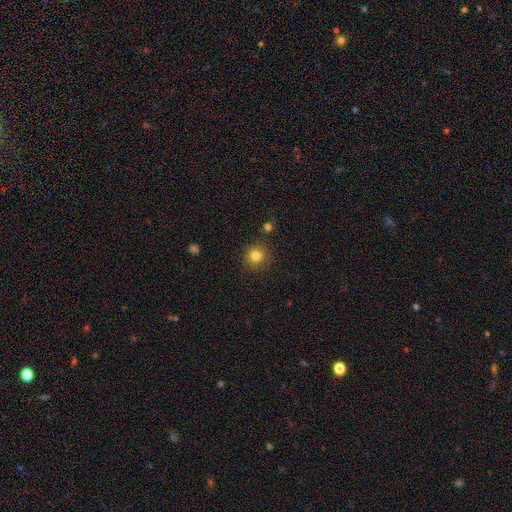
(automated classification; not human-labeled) A smooth galaxy with no disk features (81%) that is round (92%).

Vote fractions:
- Smooth or featured? smooth: 81% / star or artifact: 13% / featured or disk: 6%
- How rounded? round: 92% / in between: 7% / cigar-shaped: 1%
- Merging? none: 88% / minor disturbance: 7% / merger: 3% / major disturbance: 2%